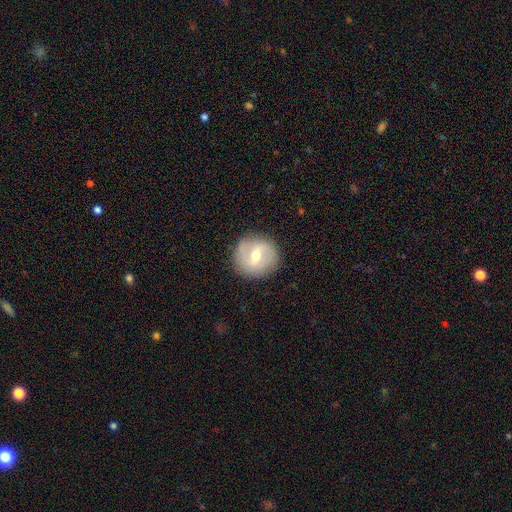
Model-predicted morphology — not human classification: type=featured or disk (62%); edge-on=no (96%); bar=weak (53%); spiral arms=yes (67%); bulge=moderate (71%); merging=none (85%).